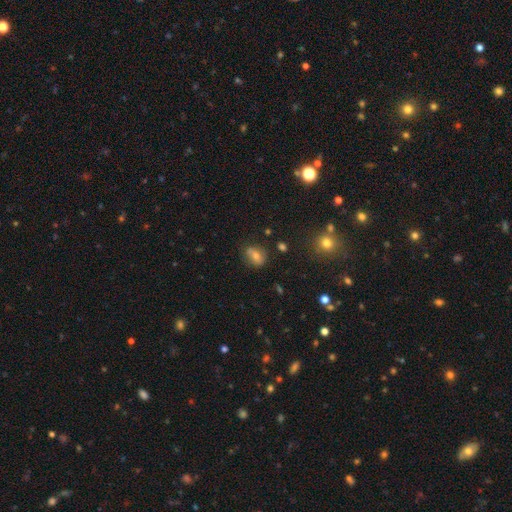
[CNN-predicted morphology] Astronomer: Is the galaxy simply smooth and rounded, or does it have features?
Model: smooth — 63%.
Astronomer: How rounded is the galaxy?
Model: in between — 63%.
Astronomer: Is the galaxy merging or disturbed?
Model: none — 70%.